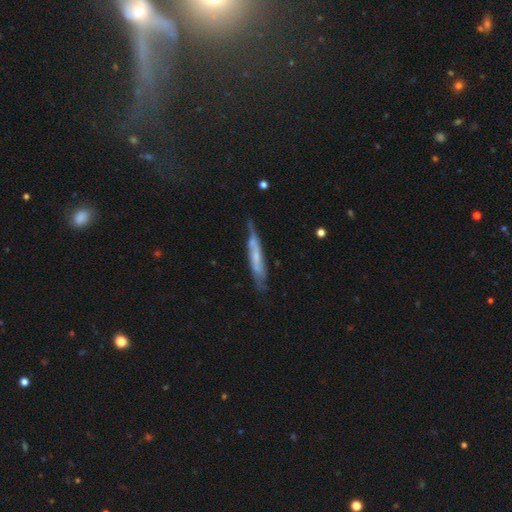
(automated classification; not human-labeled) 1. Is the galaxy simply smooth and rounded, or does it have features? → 58% featured or disk, 36% smooth, 7% star or artifact.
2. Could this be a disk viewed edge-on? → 67% yes, 33% no.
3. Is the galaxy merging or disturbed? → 62% none, 27% minor disturbance, 8% major disturbance, 4% merger.